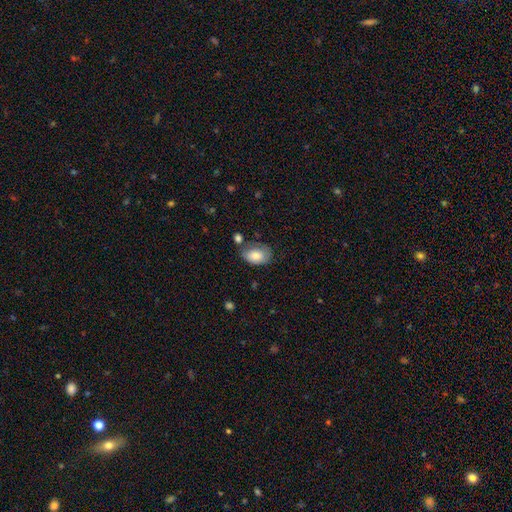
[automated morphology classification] Q: Smooth or featured?
A: smooth (77%); runner-up: featured or disk (16%)
Q: How rounded?
A: in between (87%); runner-up: round (12%)
Q: Merging?
A: none (55%); runner-up: minor disturbance (29%)